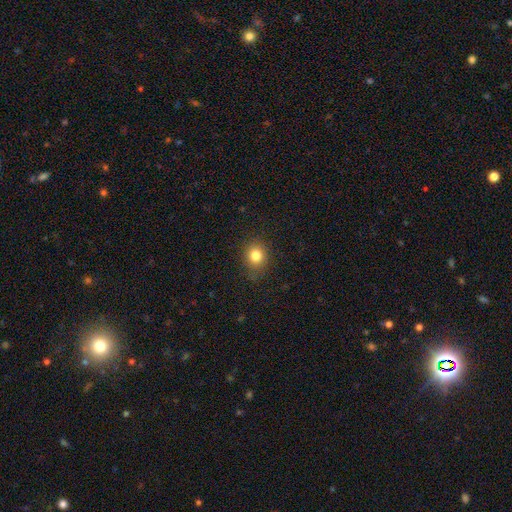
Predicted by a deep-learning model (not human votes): A smooth galaxy with no disk features (81%) that is round (70%). Merging: none (83%).